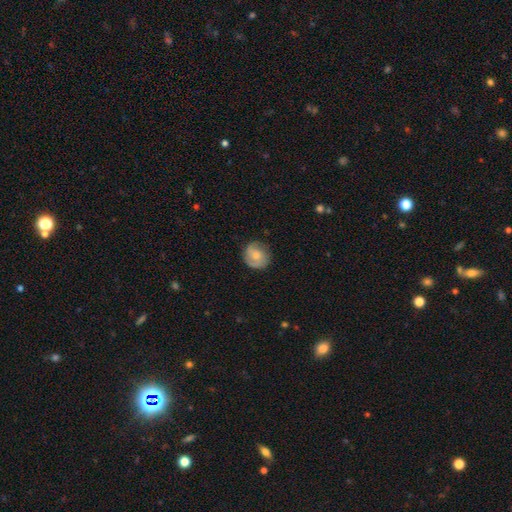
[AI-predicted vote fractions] Smooth or featured? Predicted: smooth (p=0.48). Merging? Predicted: none (p=0.72).